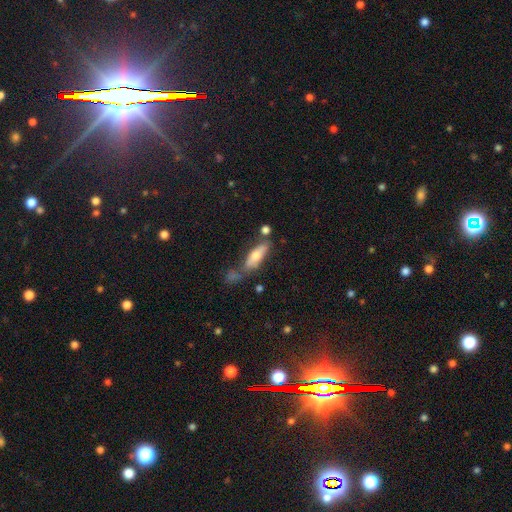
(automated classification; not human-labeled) The model was most divided on "how rounded": in between: 50%, cigar-shaped: 48%, round: 3%. More confident: smooth or featured — smooth (57%); merging — none (55%).